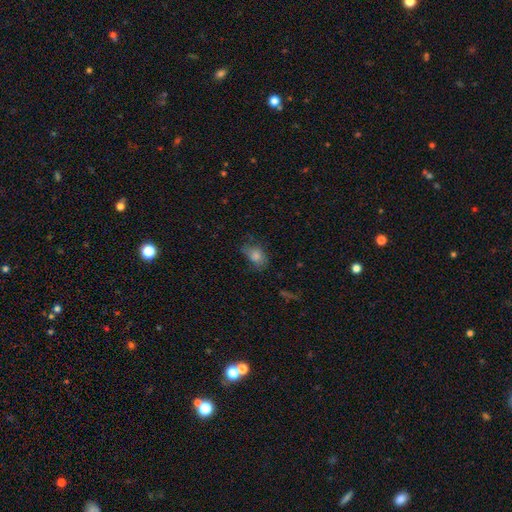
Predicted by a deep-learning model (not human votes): A smooth galaxy with no disk features (71%) that is in between round and cigar-shaped (71%). Merging: none (58%).